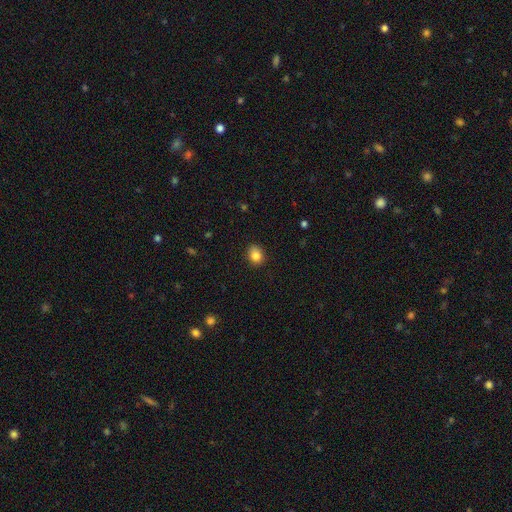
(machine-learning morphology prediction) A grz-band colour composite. It shows a smooth galaxy with no disk features (85%) that is round (56%). Merging: none (83%).